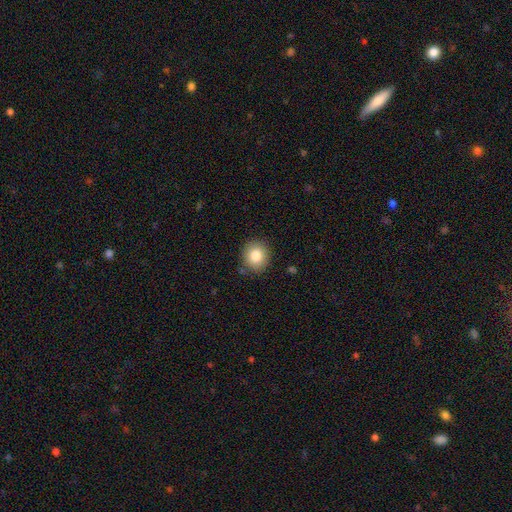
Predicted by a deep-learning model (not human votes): Smooth or featured: smooth — 83% (star or artifact — 9%)
How rounded: round — 83% (in between — 16%)
Merging: none — 87% (minor disturbance — 9%)